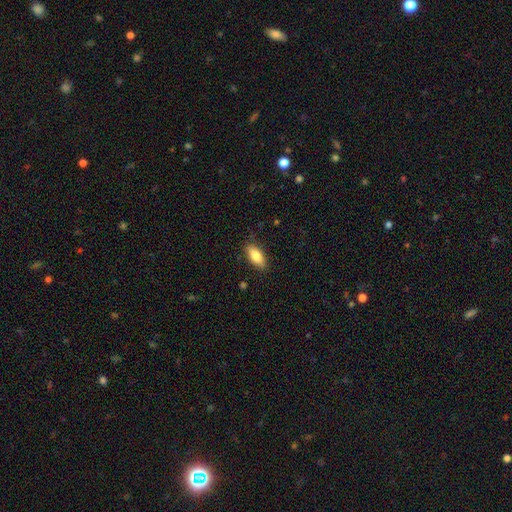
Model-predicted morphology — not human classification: This is clearly a smooth galaxy (84%). How rounded: clearly in between (84%). Merging: clearly none (86%).